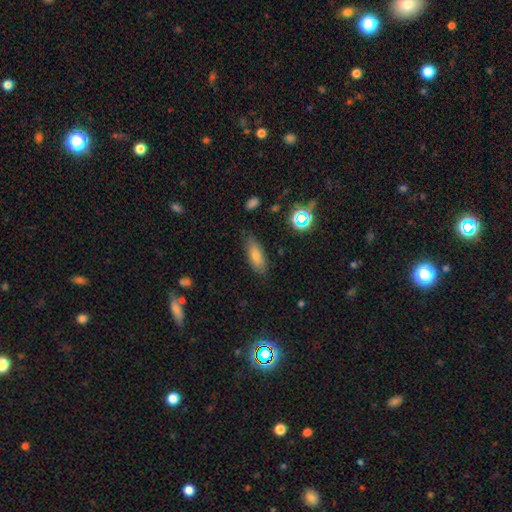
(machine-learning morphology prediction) A smooth galaxy with no disk features (71%) that is in between round and cigar-shaped (69%). Merging: none (83%).